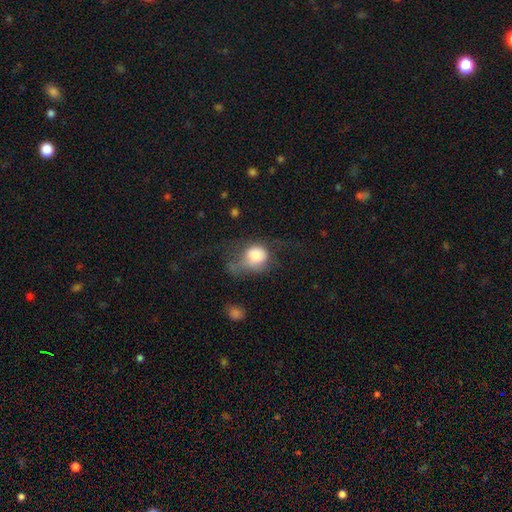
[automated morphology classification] This appears to be a smooth galaxy with no disk features (70%) that is round (63%). Merging: major disturbance (46%).